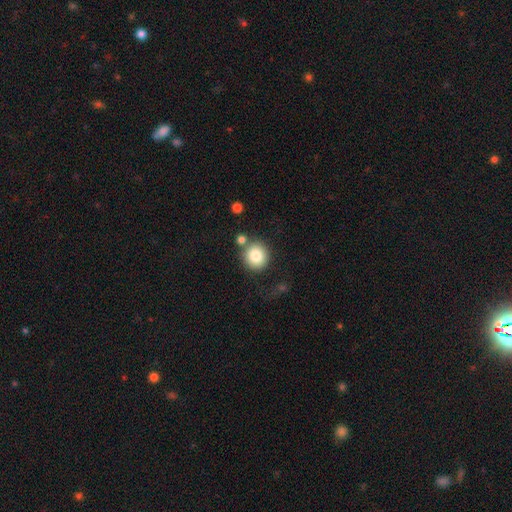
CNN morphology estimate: smooth 83%, star or artifact 9%, featured or disk 8%. Down the decision tree: how rounded — round (91%); merging — none (74%).